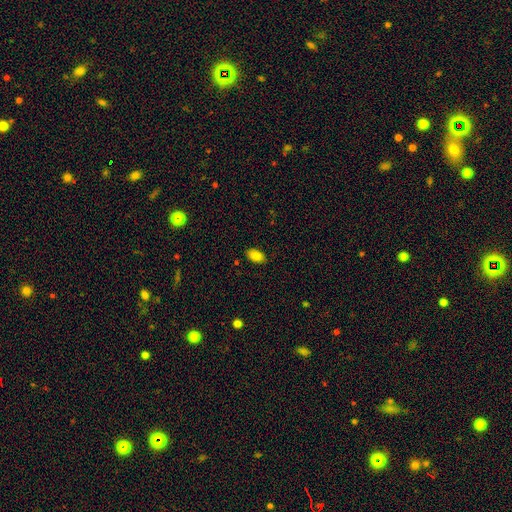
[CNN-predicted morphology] smooth 85%, star or artifact 9%, featured or disk 6%. Down the decision tree: how rounded — in between (92%); merging — none (85%).